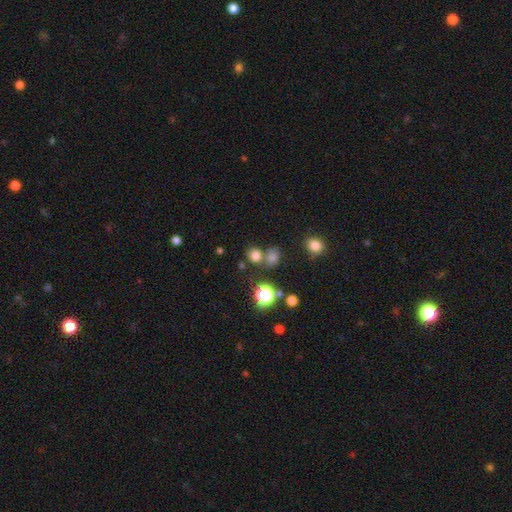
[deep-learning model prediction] This is likely a smooth galaxy (71%). How rounded: likely round (76%). Merging: likely none (61%).